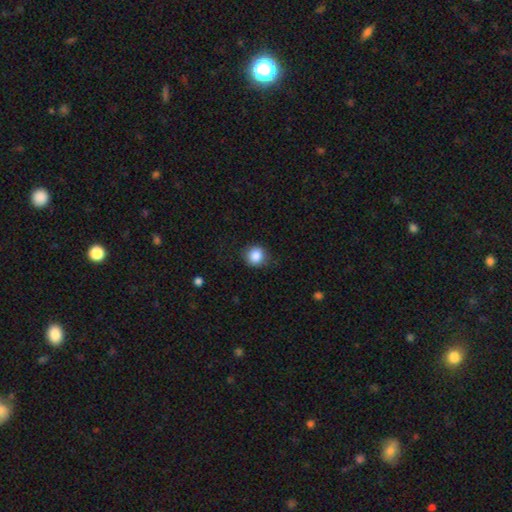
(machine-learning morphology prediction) Smooth or featured?
  - smooth: 87% *
  - star or artifact: 9%
  - featured or disk: 4%
How rounded?
  - round: 88% *
  - in between: 11%
  - cigar-shaped: 1%
Merging?
  - none: 82% *
  - minor disturbance: 13%
  - major disturbance: 3%
  - merger: 1%